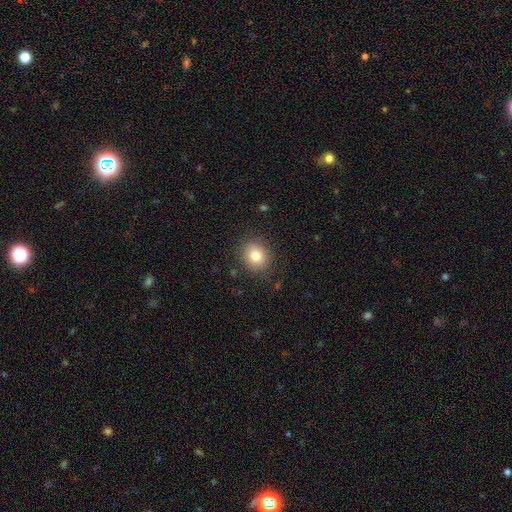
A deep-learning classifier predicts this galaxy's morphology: smooth 81%, star or artifact 10%, featured or disk 9%. Down the decision tree: how rounded — round (76%); merging — none (86%).